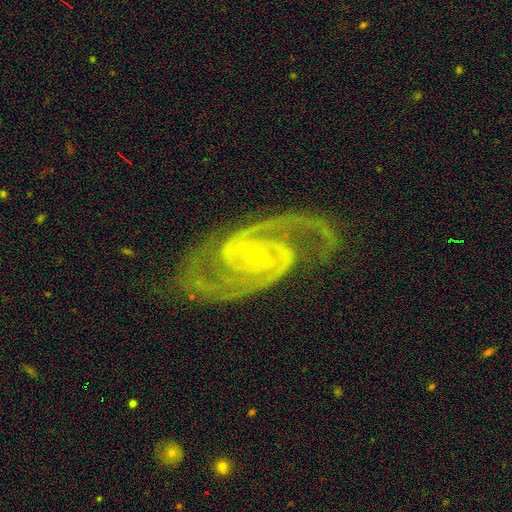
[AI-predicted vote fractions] Smooth or featured? featured or disk (93%)
Edge-on disk? no (97%)
Bar? no (44%)
Spiral arms? yes (99%)
Spiral winding? medium (51%)
Spiral arm count? 2 (87%)
Bulge size? small (78%)
Merging? none (79%)